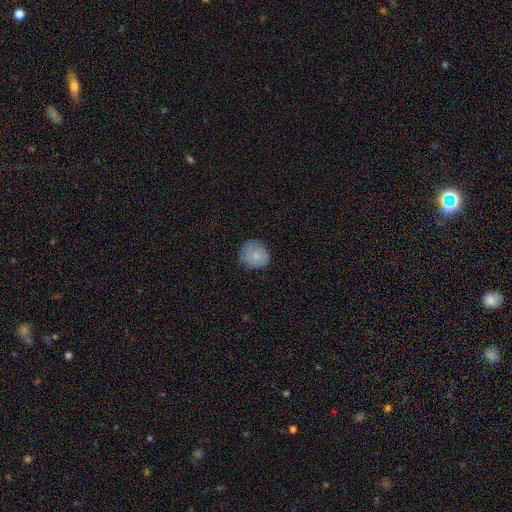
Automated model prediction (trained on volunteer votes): Q: Smooth or featured?
A: smooth (71%); runner-up: featured or disk (21%)
Q: How rounded?
A: round (87%); runner-up: in between (12%)
Q: Merging?
A: none (78%); runner-up: minor disturbance (17%)